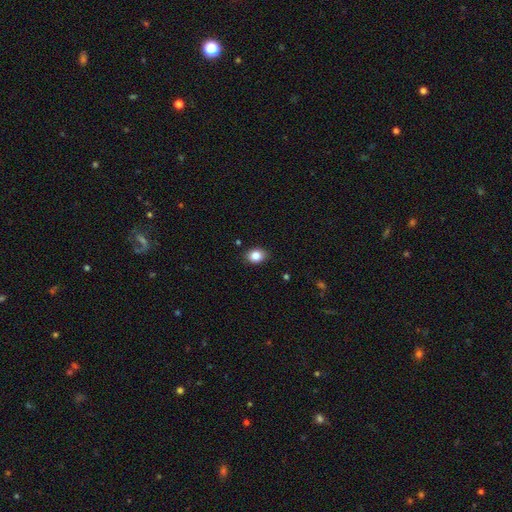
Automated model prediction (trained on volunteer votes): smooth 85%, star or artifact 9%, featured or disk 6%. Down the decision tree: how rounded — in between (61%); merging — none (87%).